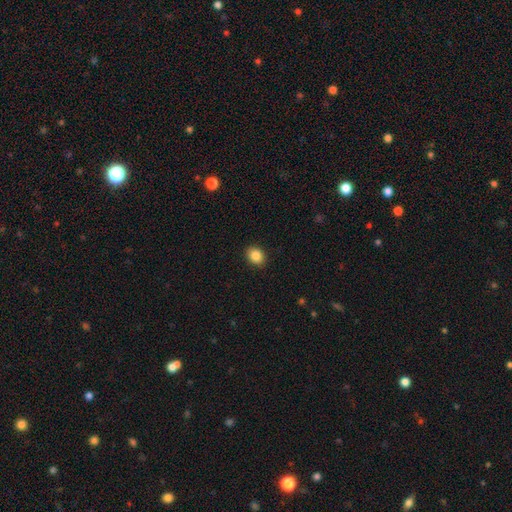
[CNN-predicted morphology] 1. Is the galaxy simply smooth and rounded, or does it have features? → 86% smooth, 9% star or artifact, 5% featured or disk.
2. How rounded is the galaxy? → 55% in between, 45% round, 1% cigar-shaped.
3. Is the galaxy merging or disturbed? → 90% none, 7% minor disturbance, 2% major disturbance, 1% merger.